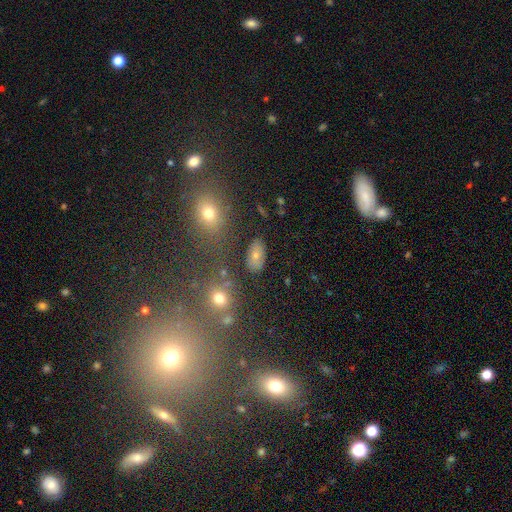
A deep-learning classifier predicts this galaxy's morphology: smooth 69%, featured or disk 17%, star or artifact 14%. Down the decision tree: how rounded — in between (89%); merging — none (79%).